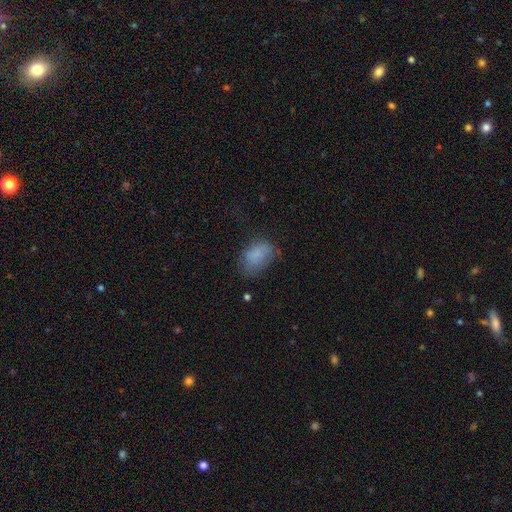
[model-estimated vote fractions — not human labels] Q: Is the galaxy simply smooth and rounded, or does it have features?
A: smooth — 78%.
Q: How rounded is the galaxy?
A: in between — 85%.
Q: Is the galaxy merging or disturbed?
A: none — 50%.